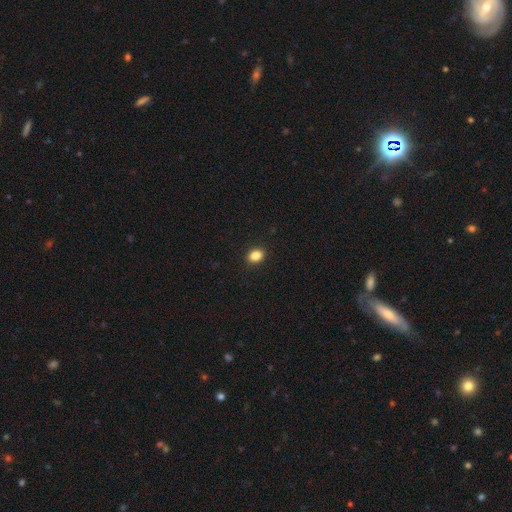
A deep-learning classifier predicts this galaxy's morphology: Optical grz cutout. It shows a smooth galaxy with no disk features (86%) that is in between round and cigar-shaped (61%). Merging: none (91%).